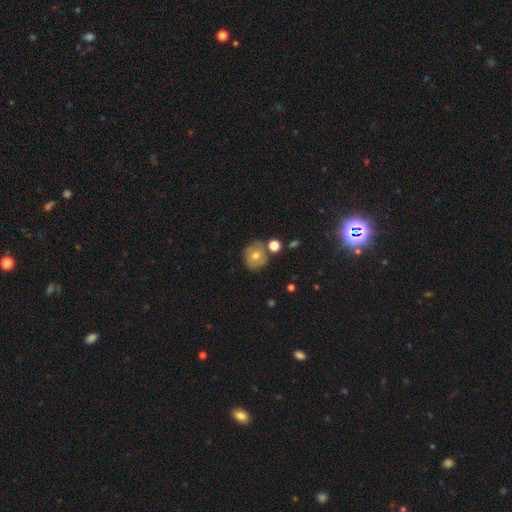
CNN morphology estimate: type=smooth (53%); roundness=round (82%); merging=none (69%).